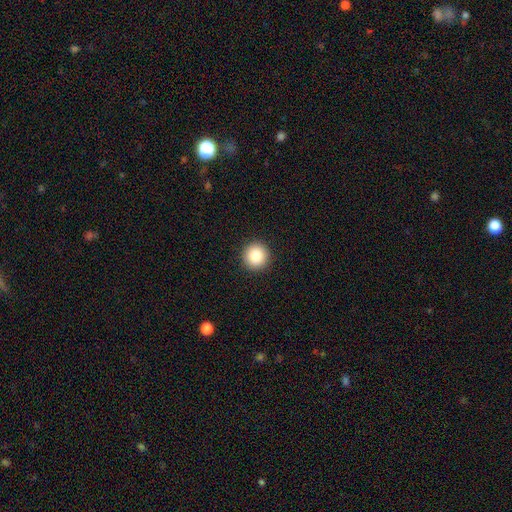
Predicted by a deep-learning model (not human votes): Smooth or featured? Predicted: smooth (p=0.85). How rounded? Predicted: round (p=0.95). Merging? Predicted: none (p=0.93).